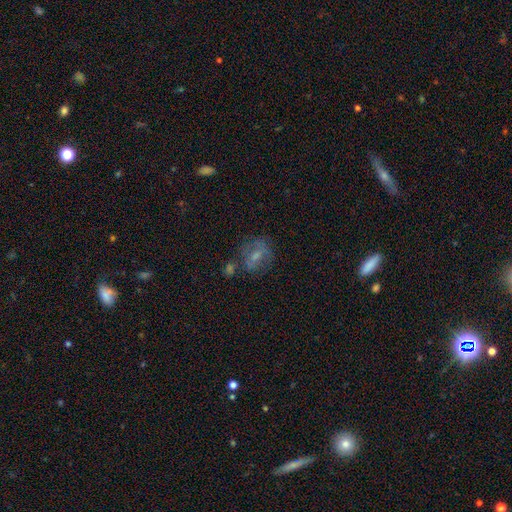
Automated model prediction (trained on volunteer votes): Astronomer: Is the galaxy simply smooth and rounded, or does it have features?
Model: smooth — 44% (runner-up: featured or disk, 41%).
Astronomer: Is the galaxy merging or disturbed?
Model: none — 53%.